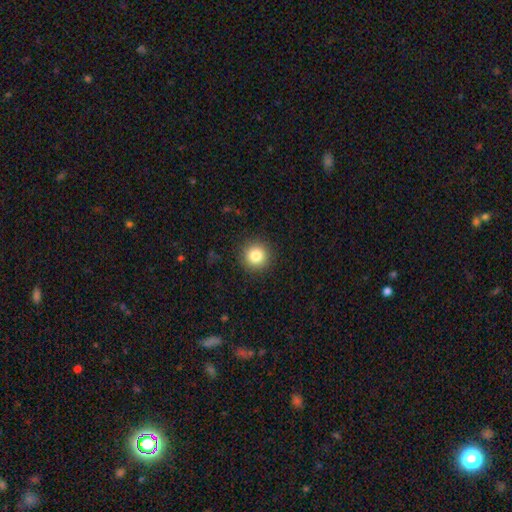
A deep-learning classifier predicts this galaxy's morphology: type=smooth (83%); roundness=round (95%); merging=none (91%).